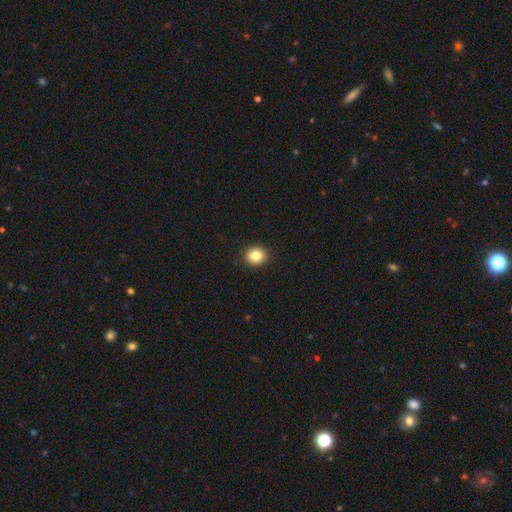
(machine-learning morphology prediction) smooth_or_featured: smooth (p=0.83) [alt: star or artifact p=0.11]
how_rounded: round (p=0.76) [alt: in between p=0.23]
merging: none (p=0.92) [alt: minor disturbance p=0.05]